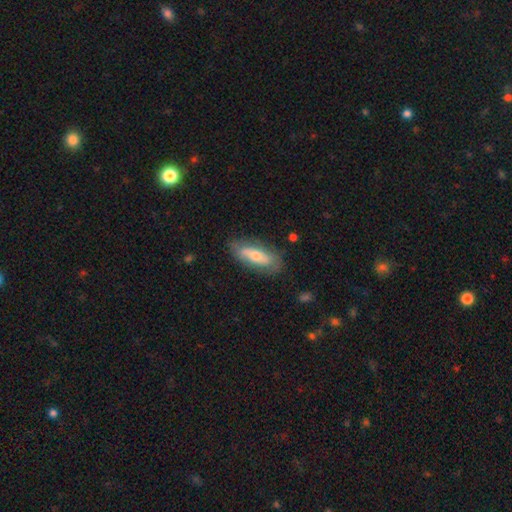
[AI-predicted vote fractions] Smooth or featured: smooth — 53% (featured or disk — 40%)
How rounded: in between — 63% (cigar-shaped — 34%)
Merging: none — 78% (minor disturbance — 16%)